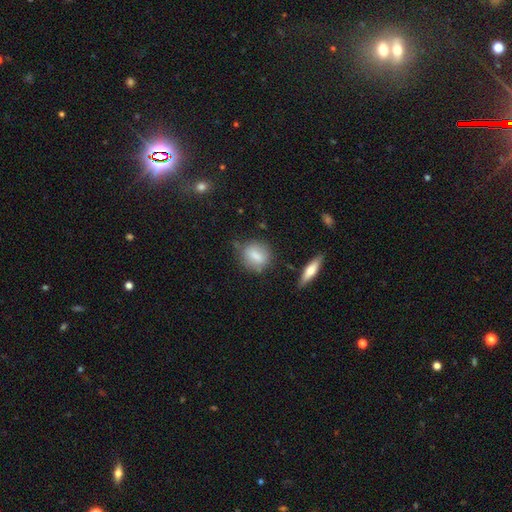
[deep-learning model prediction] Smooth or featured? Predicted: smooth (p=0.77). How rounded? Predicted: round (p=0.48). Merging? Predicted: none (p=0.72).